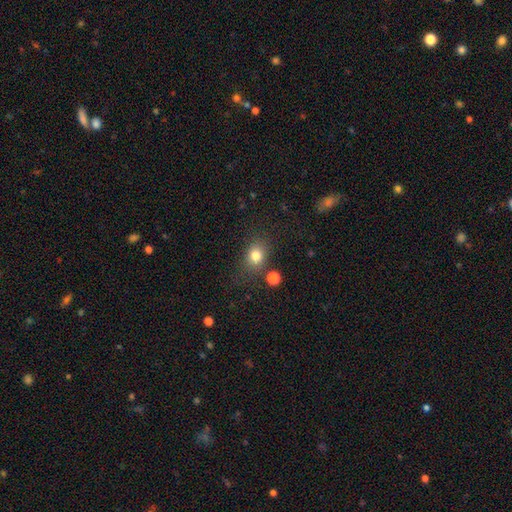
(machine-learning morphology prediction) A smooth galaxy with no disk features (80%) that is round (58%).

Vote fractions:
- Smooth or featured? smooth: 80% / star or artifact: 13% / featured or disk: 7%
- How rounded? round: 58% / in between: 40% / cigar-shaped: 1%
- Merging? none: 73% / minor disturbance: 14% / merger: 7% / major disturbance: 6%